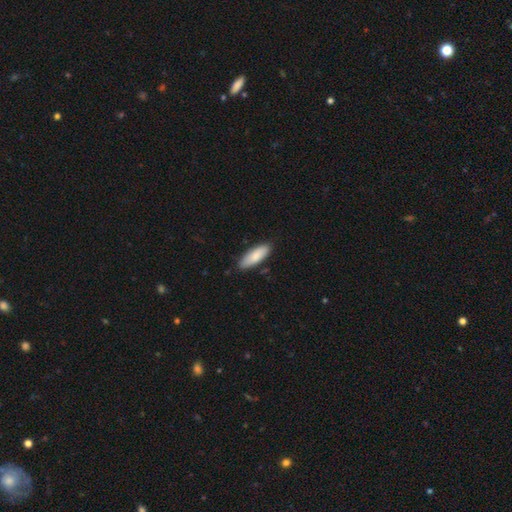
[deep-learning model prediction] Smooth or featured? smooth (85%)
How rounded? in between (64%)
Merging? none (85%)